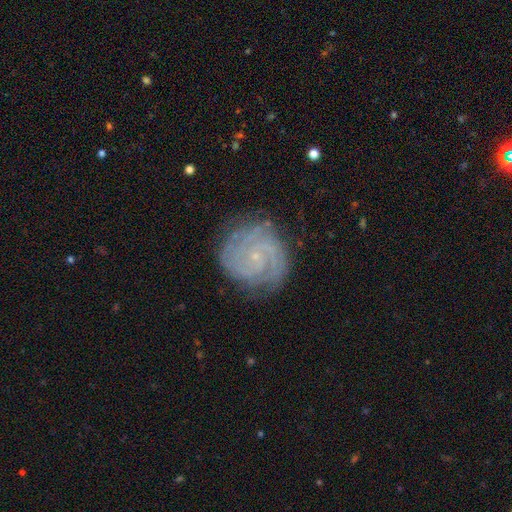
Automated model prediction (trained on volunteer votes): Smooth or featured? Predicted: featured or disk (p=0.80). Edge-on disk? Predicted: no (p=0.98). Bar? Predicted: no (p=0.75). Spiral arms? Predicted: yes (p=0.96). Spiral winding? Predicted: tight (p=0.74). Spiral arm count? Predicted: 2 (p=0.28). Bulge size? Predicted: small (p=0.86). Merging? Predicted: none (p=0.79).